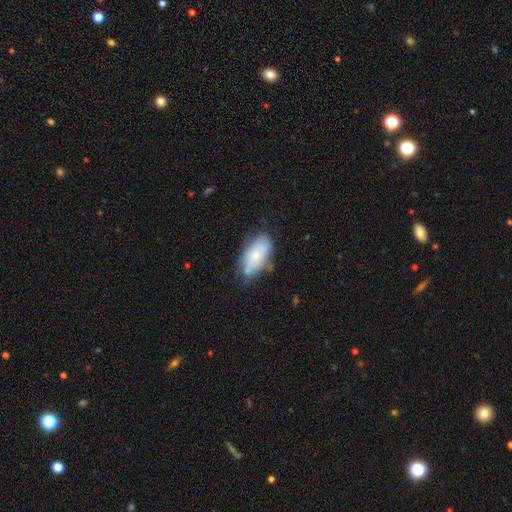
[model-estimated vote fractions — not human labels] Overall: smooth (66%; featured or disk 27%). How rounded: in between (91%). Merging: none (62%; minor disturbance 27%).